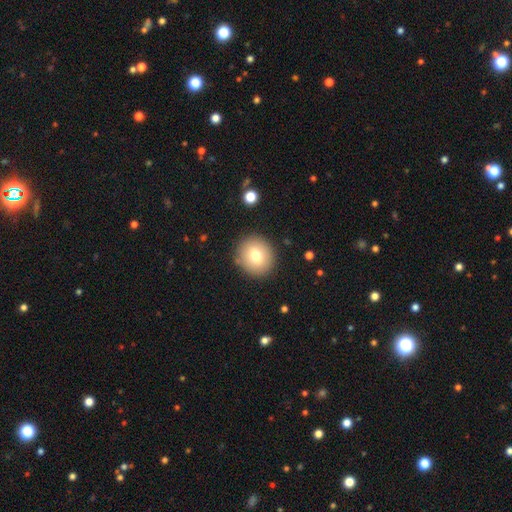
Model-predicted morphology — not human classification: smooth-or-featured: smooth: 74% | featured or disk: 16% | star or artifact: 10%
  how-rounded: round: 85% | in between: 14% | cigar-shaped: 1%
  merging: none: 88% | minor disturbance: 8% | major disturbance: 3% | merger: 2%